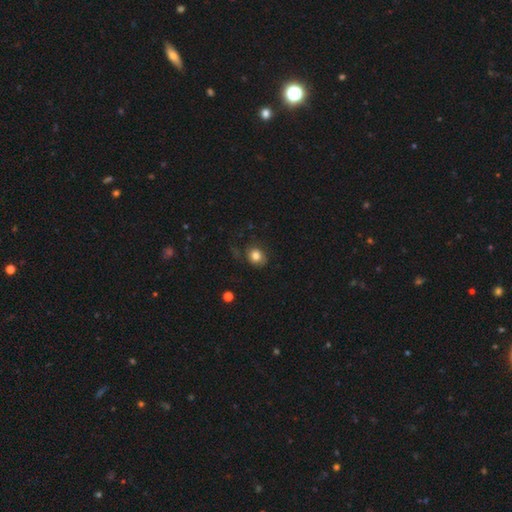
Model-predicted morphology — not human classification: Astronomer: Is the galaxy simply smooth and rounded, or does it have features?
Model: smooth — 81%.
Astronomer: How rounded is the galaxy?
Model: round — 58% (runner-up: in between, 41%).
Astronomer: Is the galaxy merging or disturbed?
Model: none — 72%.